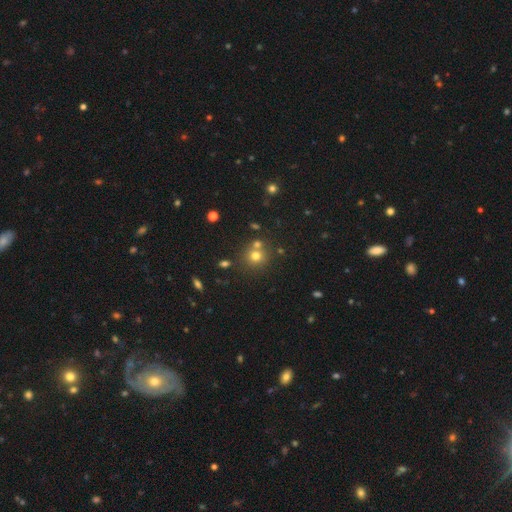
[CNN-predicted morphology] smooth-or-featured: smooth: 71% | star or artifact: 18% | featured or disk: 11%
  how-rounded: round: 87% | in between: 12% | cigar-shaped: 1%
  merging: none: 65% | merger: 23% | minor disturbance: 9% | major disturbance: 3%